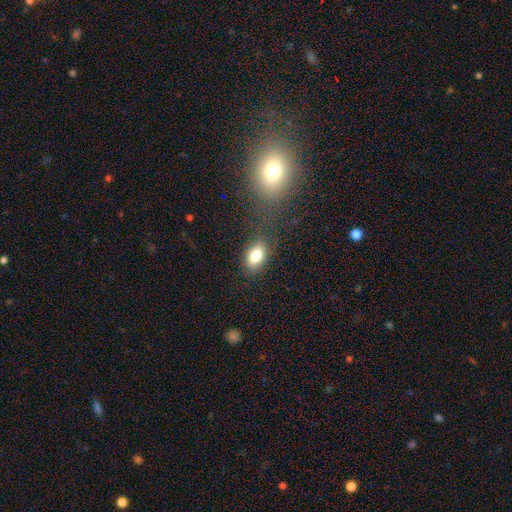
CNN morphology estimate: Smooth or featured: smooth — 82% (star or artifact — 9%)
How rounded: in between — 88% (round — 10%)
Merging: none — 79% (minor disturbance — 14%)